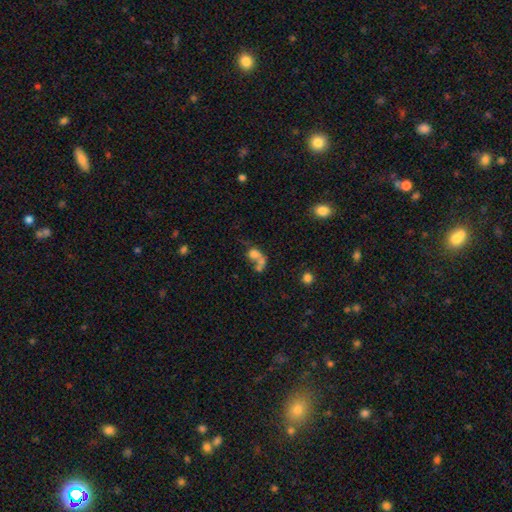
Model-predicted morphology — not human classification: Smooth or featured? smooth (61%)
How rounded? round (56%)
Merging? merger (61%)